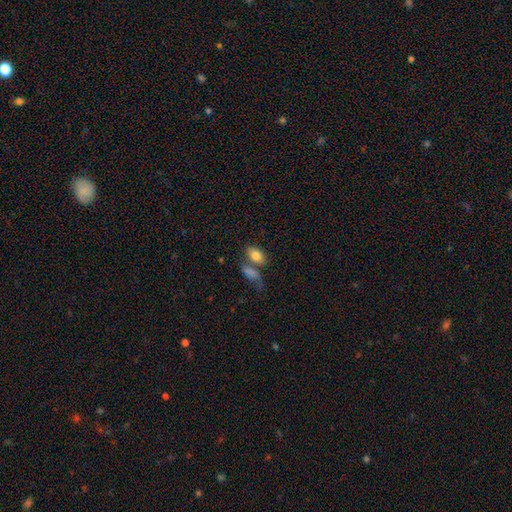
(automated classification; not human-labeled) Overall: smooth (81%). How rounded: in between (88%). Merging: none (45%; merger 35%).